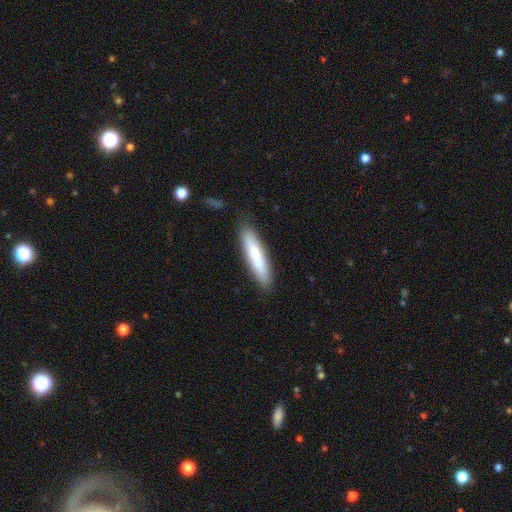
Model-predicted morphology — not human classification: A smooth galaxy with no disk features (65%) that is cigar-shaped (83%). Merging: none (81%).